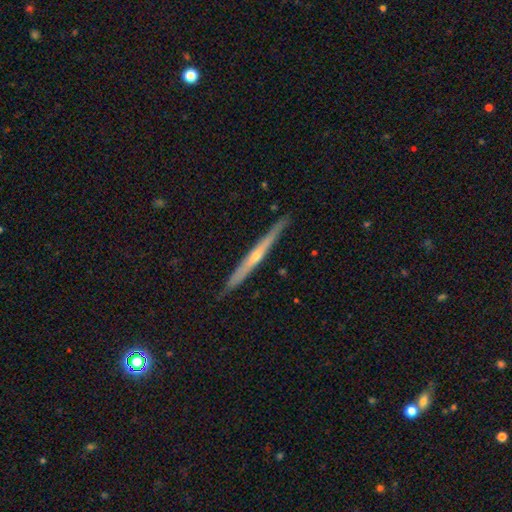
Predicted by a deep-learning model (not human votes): smooth_or_featured: featured or disk (p=0.76) [alt: smooth p=0.18]
disk_edge_on: yes (p=0.98) [alt: no p=0.02]
edge_on_bulge: rounded (p=0.72) [alt: none p=0.26]
merging: none (p=0.90) [alt: minor disturbance p=0.07]